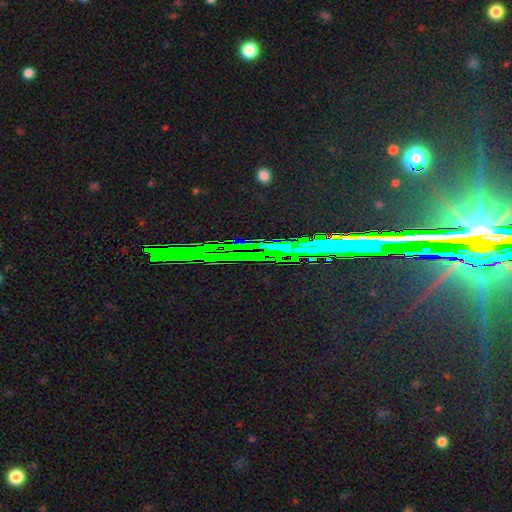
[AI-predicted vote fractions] Overall: star or artifact (81%).